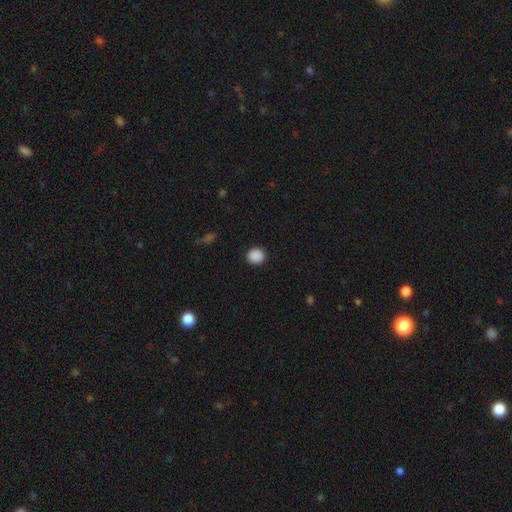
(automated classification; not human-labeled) This appears to be a smooth galaxy with no disk features (89%) that is round (85%). Merging: none (91%).